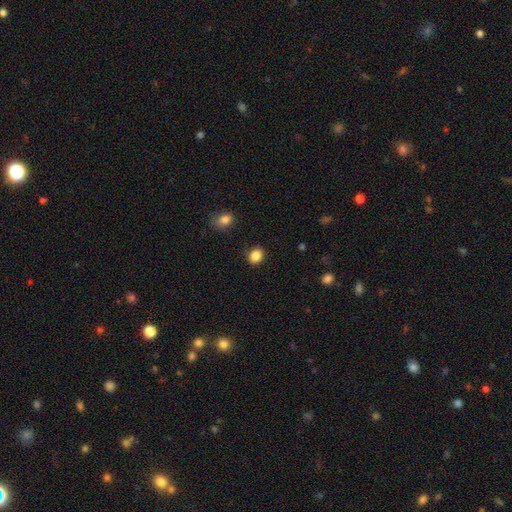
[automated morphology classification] smooth_or_featured: smooth (p=0.87) [alt: star or artifact p=0.10]
how_rounded: round (p=0.70) [alt: in between p=0.29]
merging: none (p=0.87) [alt: minor disturbance p=0.09]